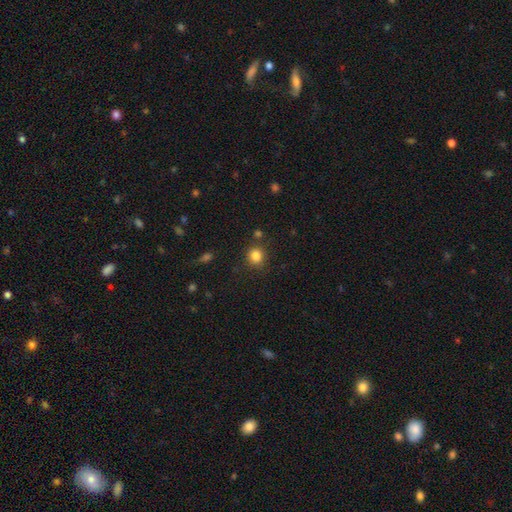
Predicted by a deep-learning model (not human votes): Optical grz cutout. It shows a smooth galaxy with no disk features (83%) that is round (81%). Merging: none (81%).